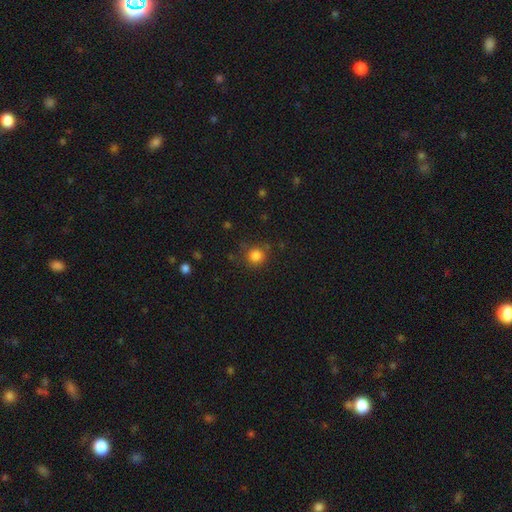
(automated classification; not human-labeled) Smooth or featured?
  - smooth: 83% *
  - star or artifact: 12%
  - featured or disk: 5%
How rounded?
  - round: 92% *
  - in between: 7%
  - cigar-shaped: 1%
Merging?
  - none: 84% *
  - minor disturbance: 10%
  - major disturbance: 4%
  - merger: 2%